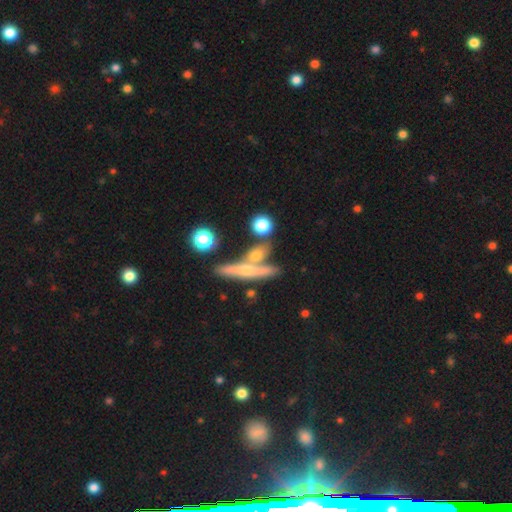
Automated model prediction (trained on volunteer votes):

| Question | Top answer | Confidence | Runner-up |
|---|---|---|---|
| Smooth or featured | featured or disk | 47% | smooth (43%) |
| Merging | none | 54% | merger (30%) |